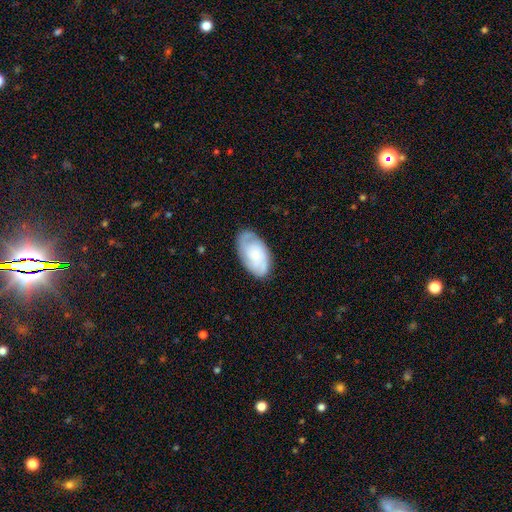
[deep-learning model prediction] smooth-or-featured: featured or disk: 58% | smooth: 35% | star or artifact: 7%
  disk-edge-on: no: 96% | yes: 4%
    bar: no: 75% | weak: 22% | strong: 3%
    has-spiral-arms: yes: 90% | no: 10%
    bulge-size: small: 43% | moderate: 24% | none: 19% | large: 11% | dominant: 3%
  merging: none: 77% | minor disturbance: 17% | major disturbance: 5% | merger: 1%